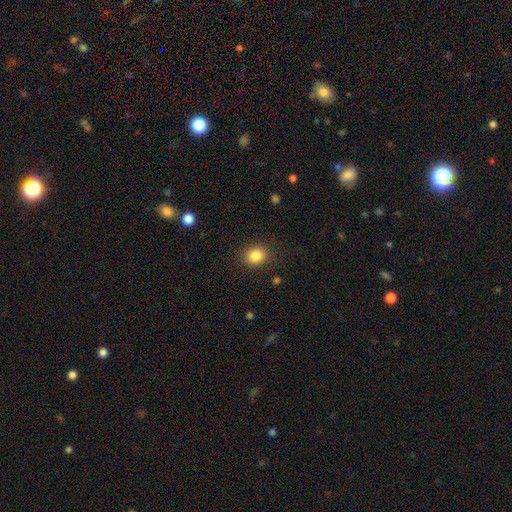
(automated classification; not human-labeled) smooth-or-featured: smooth: 85% | star or artifact: 10% | featured or disk: 5%
  how-rounded: round: 70% | in between: 29% | cigar-shaped: 1%
  merging: none: 87% | minor disturbance: 9% | major disturbance: 3% | merger: 1%